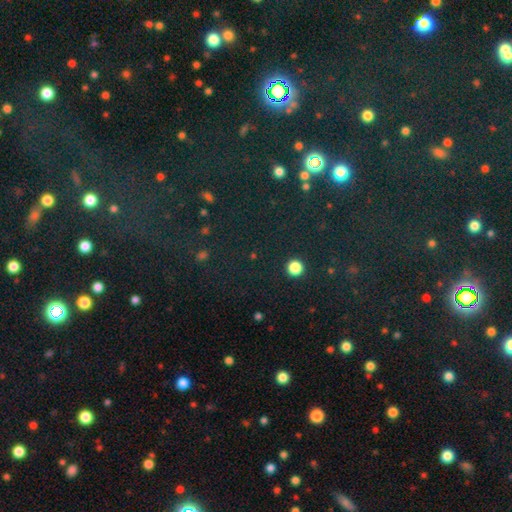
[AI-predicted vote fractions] The model was most divided on "smooth or featured": star or artifact: 70%, smooth: 22%, featured or disk: 9%.